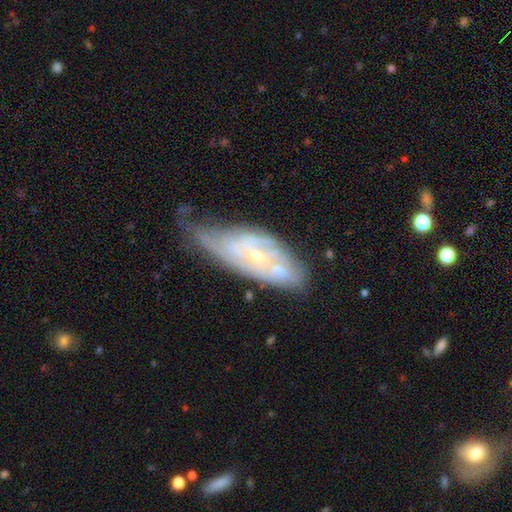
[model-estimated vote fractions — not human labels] Smooth or featured? Predicted: featured or disk (p=0.71). Edge-on disk? Predicted: no (p=0.89). Bar? Predicted: no (p=0.71). Spiral arms? Predicted: yes (p=0.66). Bulge size? Predicted: small (p=0.64). Merging? Predicted: minor disturbance (p=0.33).